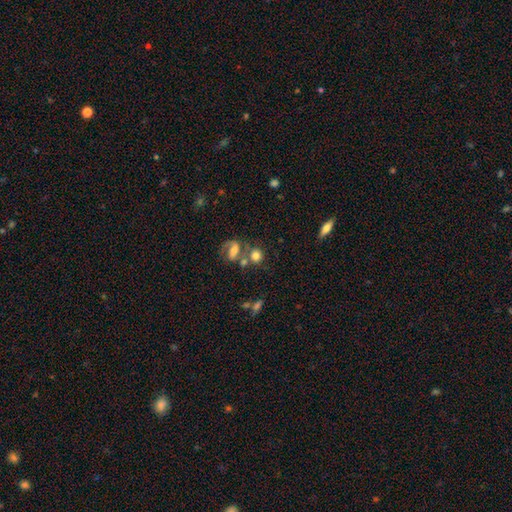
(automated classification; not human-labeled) Overall: smooth (69%). How rounded: round (77%). Merging: none (51%; merger 31%).